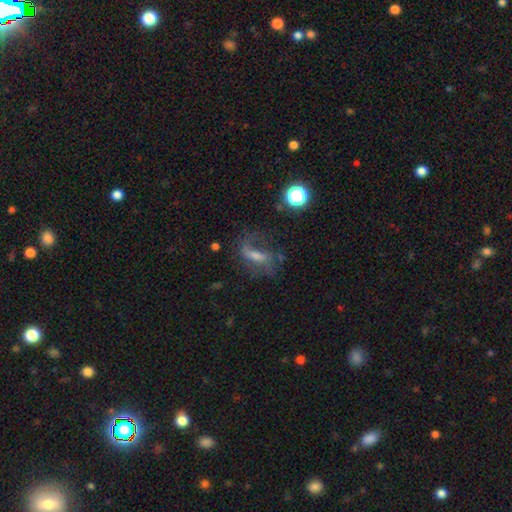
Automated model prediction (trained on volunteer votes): smooth_or_featured: featured or disk (p=0.58) [alt: smooth p=0.26]
disk_edge_on: no (p=0.86) [alt: yes p=0.14]
bar: weak (p=0.39) [alt: strong p=0.33]
has_spiral_arms: yes (p=0.77) [alt: no p=0.23]
bulge_size: moderate (p=0.36) [alt: small p=0.34]
merging: none (p=0.49) [alt: major disturbance p=0.27]